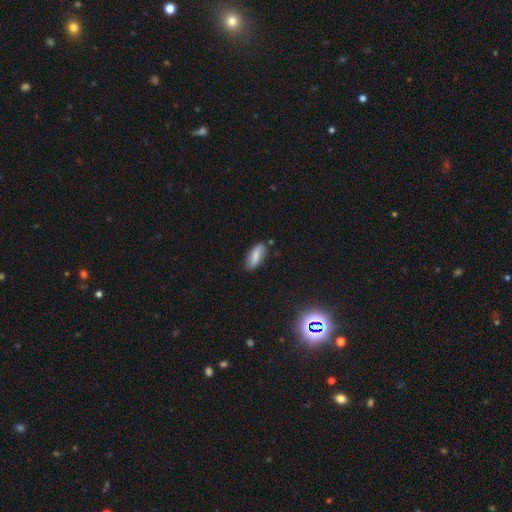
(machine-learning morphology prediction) smooth-or-featured: smooth: 76% | featured or disk: 16% | star or artifact: 8%
  how-rounded: in between: 81% | cigar-shaped: 17% | round: 2%
  merging: none: 79% | minor disturbance: 15% | major disturbance: 3% | merger: 3%